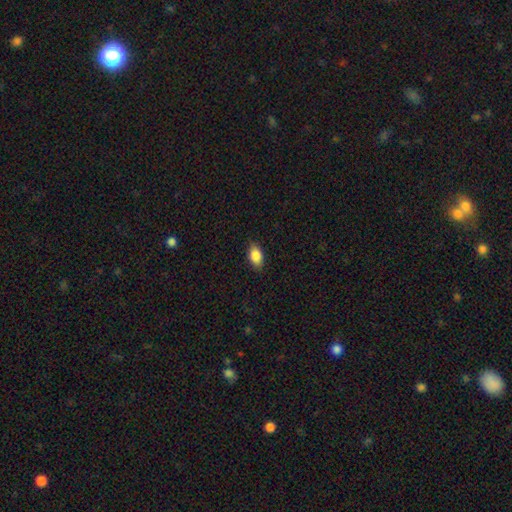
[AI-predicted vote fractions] Smooth or featured? Predicted: smooth (p=0.82). How rounded? Predicted: in between (p=0.87). Merging? Predicted: none (p=0.83).